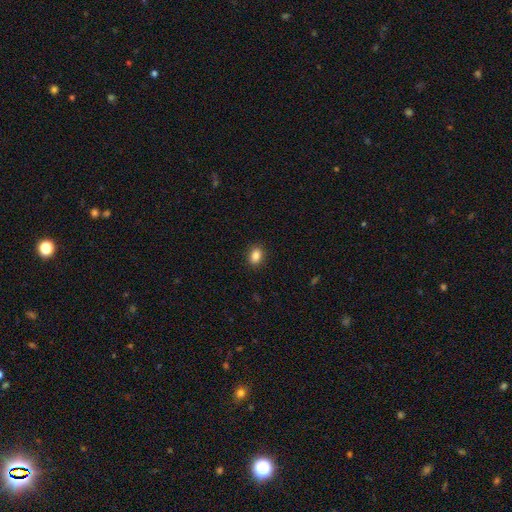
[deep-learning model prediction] smooth_or_featured: smooth (p=0.87) [alt: star or artifact p=0.09]
how_rounded: in between (p=0.77) [alt: round p=0.21]
merging: none (p=0.89) [alt: minor disturbance p=0.08]